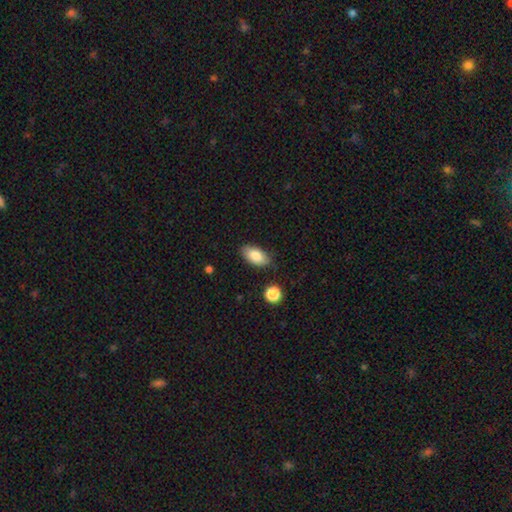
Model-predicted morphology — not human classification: smooth_or_featured: smooth (p=0.82) [alt: featured or disk p=0.11]
how_rounded: in between (p=0.92) [alt: round p=0.04]
merging: none (p=0.80) [alt: minor disturbance p=0.15]